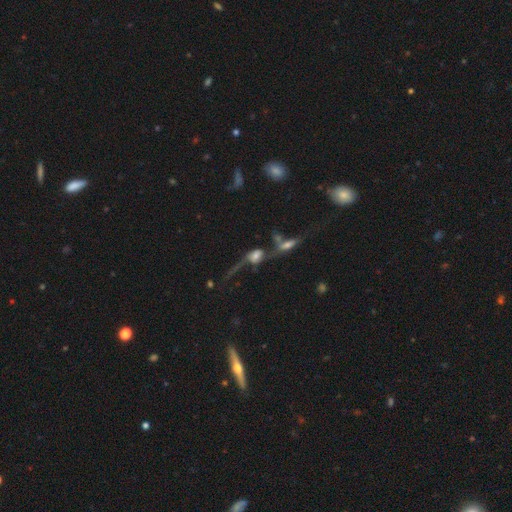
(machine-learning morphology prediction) Overall: featured or disk (56%; smooth 31%). Edge-on disk: no (77%). Merging: merger (48%; major disturbance 23%).